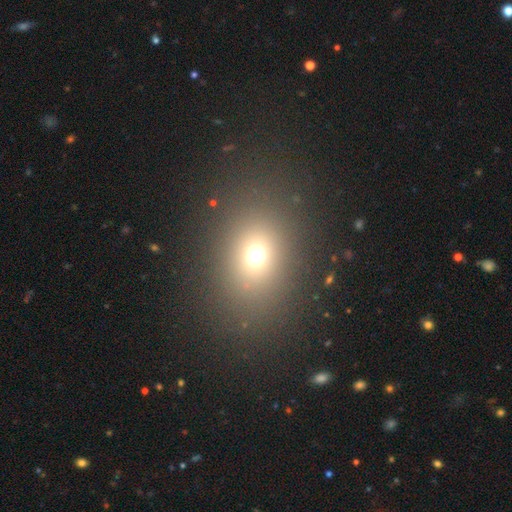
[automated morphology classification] smooth 68%, star or artifact 23%, featured or disk 9%. Down the decision tree: how rounded — round (52%); merging — none (83%).